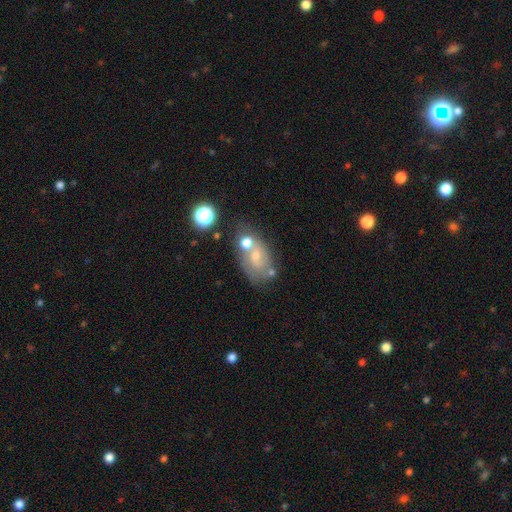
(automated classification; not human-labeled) Morphology: type=featured or disk (46%); merging=none (42%).